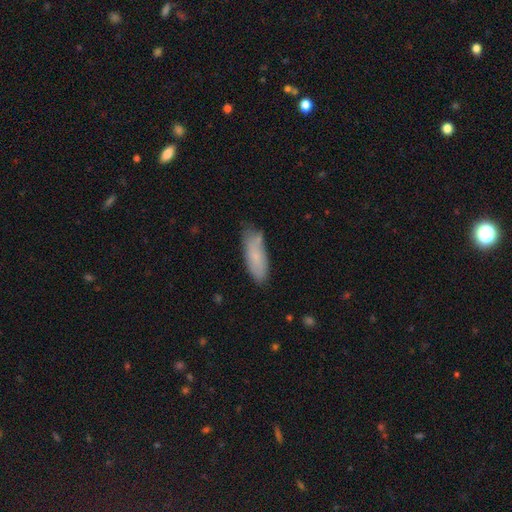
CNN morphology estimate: type=smooth (76%); roundness=in between (60%); merging=none (67%).